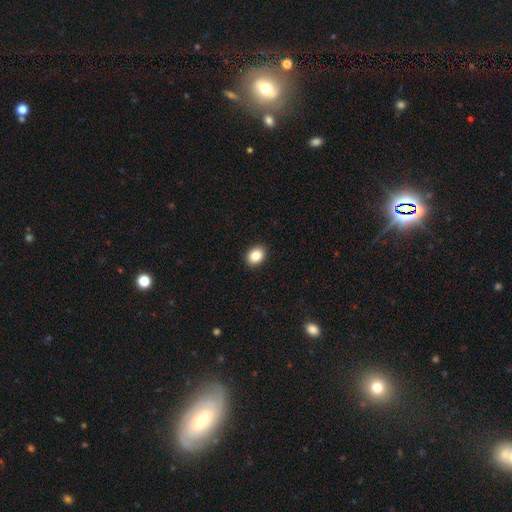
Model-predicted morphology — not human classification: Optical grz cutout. It shows a smooth galaxy with no disk features (86%) that is in between round and cigar-shaped (61%). Merging: none (91%).